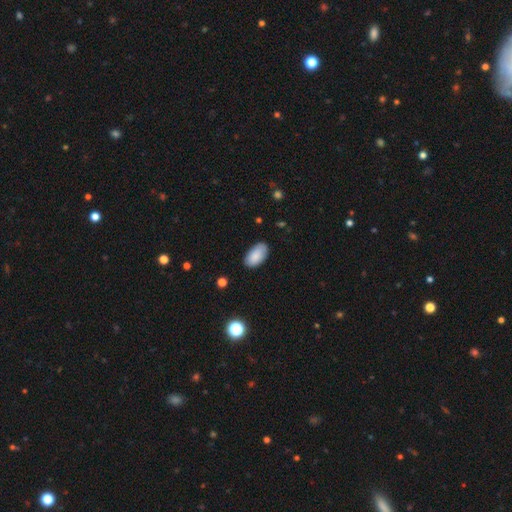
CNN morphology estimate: Smooth or featured?
  - smooth: 87% *
  - star or artifact: 7%
  - featured or disk: 6%
How rounded?
  - in between: 95% *
  - round: 3%
  - cigar-shaped: 2%
Merging?
  - none: 81% *
  - minor disturbance: 15%
  - major disturbance: 3%
  - merger: 1%